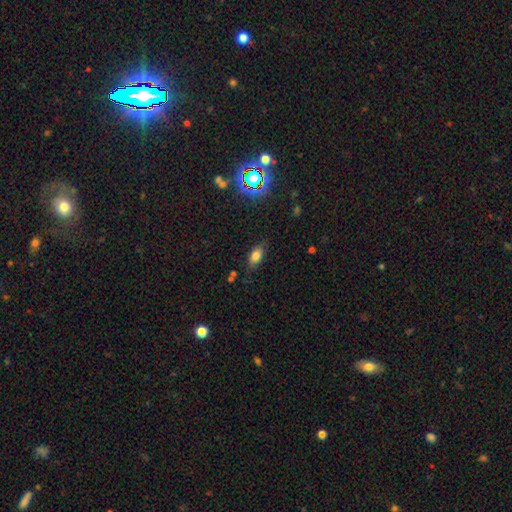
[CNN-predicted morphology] This appears to be a smooth galaxy with no disk features (75%) that is in between round and cigar-shaped (84%). Merging: none (77%).